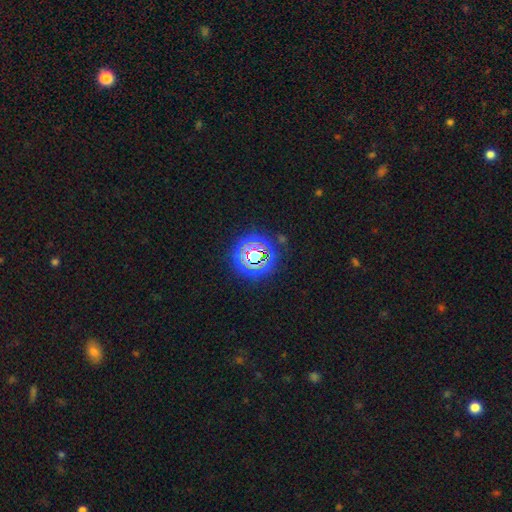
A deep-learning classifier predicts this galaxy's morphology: star or artifact 60%, smooth 24%, featured or disk 16%.